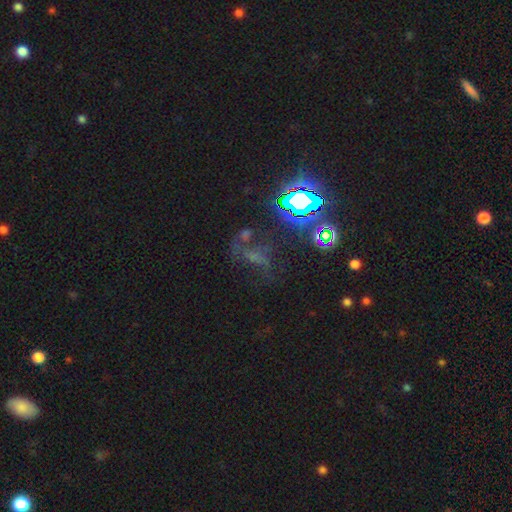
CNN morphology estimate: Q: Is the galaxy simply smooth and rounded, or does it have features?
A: star or artifact — 48%.